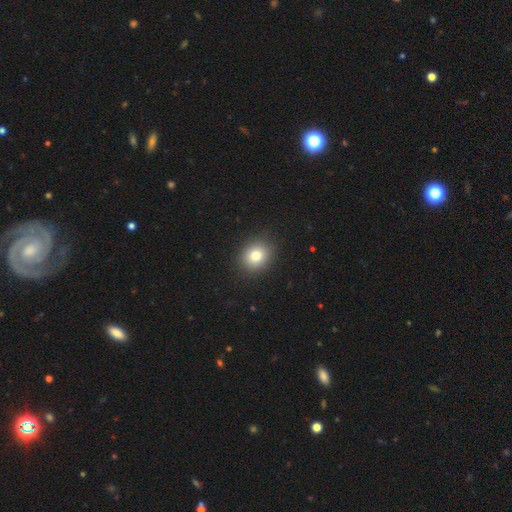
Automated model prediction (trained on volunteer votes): This appears to be a smooth galaxy with no disk features (80%) that is round (63%). Merging: none (89%).